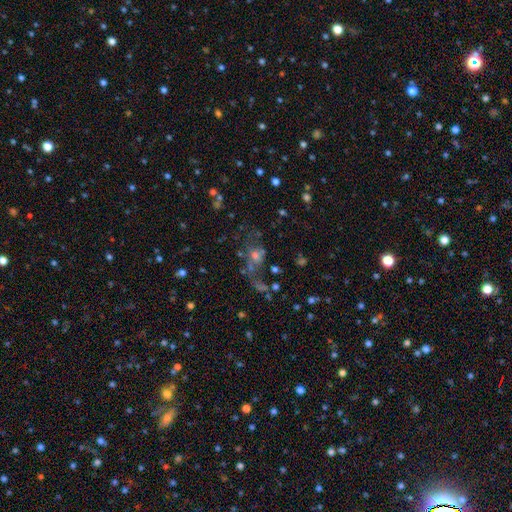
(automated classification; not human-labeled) The model was most divided on "smooth or featured": smooth: 42%, star or artifact: 29%, featured or disk: 29%. Remaining: merging — none (39%).